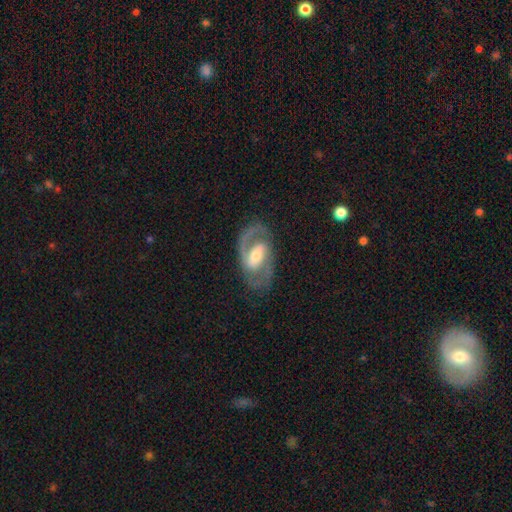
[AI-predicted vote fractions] This appears to be a featured or disk galaxy (87%) with a weak bar (44%), 2 (87%) medium (56%) spiral arms (94%) and a moderate central bulge (54%). Merging: none (77%).